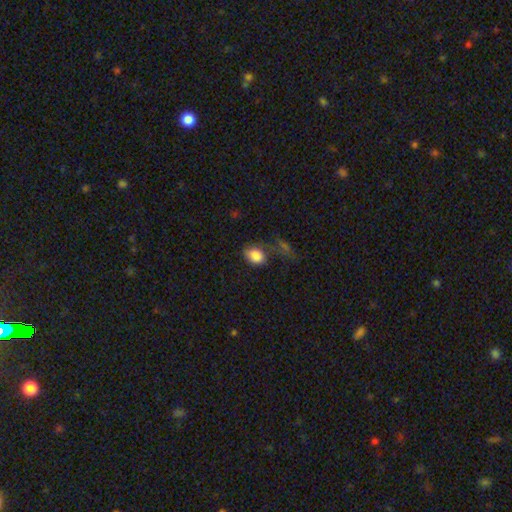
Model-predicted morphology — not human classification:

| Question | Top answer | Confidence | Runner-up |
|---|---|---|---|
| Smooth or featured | smooth | 84% | star or artifact (10%) |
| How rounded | in between | 73% | round (25%) |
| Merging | none | 48% | minor disturbance (28%) |